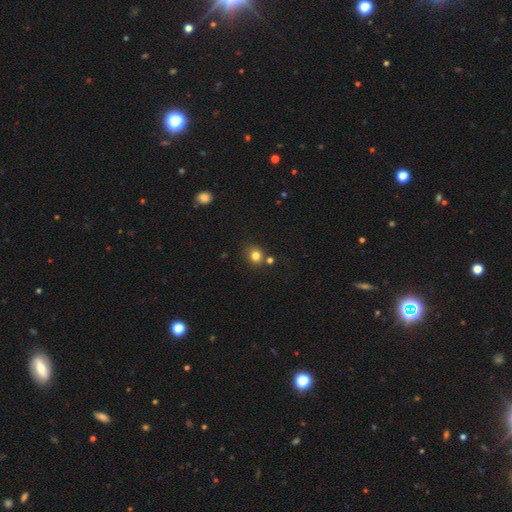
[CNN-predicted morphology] Smooth or featured: smooth — 80% (star or artifact — 13%)
How rounded: round — 81% (in between — 18%)
Merging: none — 72% (merger — 14%)